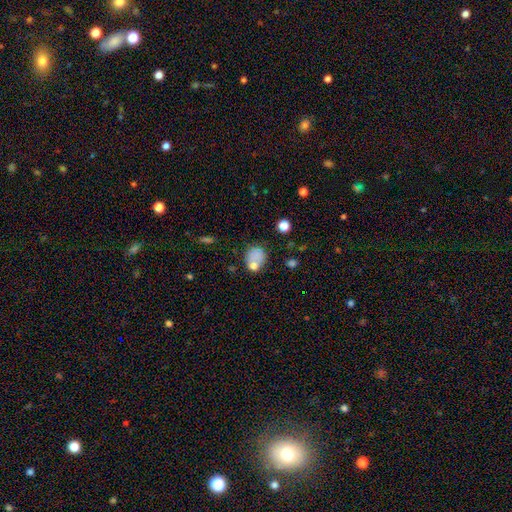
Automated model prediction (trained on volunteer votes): A smooth galaxy with no disk features (76%) that is round (69%).

Vote fractions:
- Smooth or featured? smooth: 76% / star or artifact: 12% / featured or disk: 12%
- How rounded? round: 69% / in between: 29% / cigar-shaped: 1%
- Merging? none: 56% / minor disturbance: 19% / merger: 16% / major disturbance: 9%